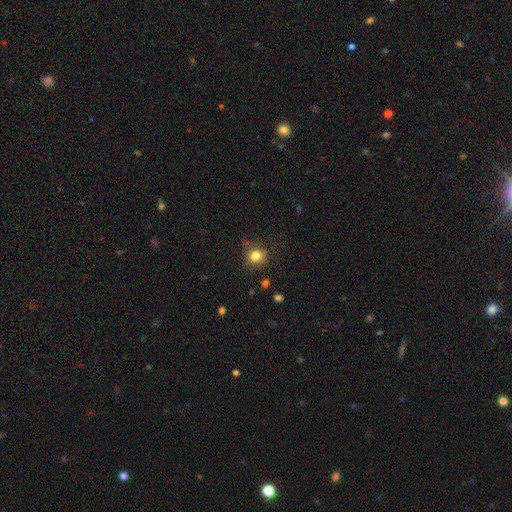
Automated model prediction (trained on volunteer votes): Morphology: type=smooth (82%); roundness=round (81%); merging=none (77%).